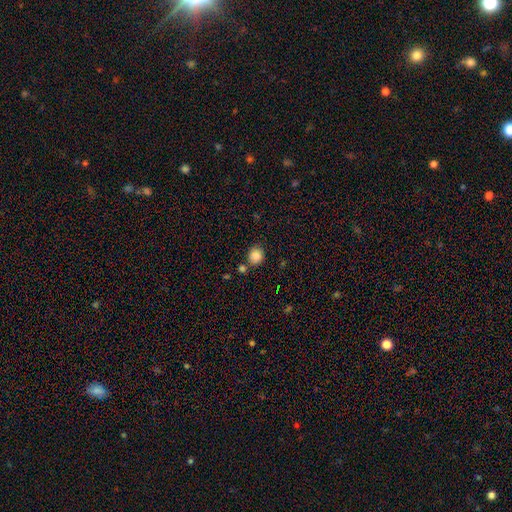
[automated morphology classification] Smooth or featured: smooth — 87% (star or artifact — 10%)
How rounded: round — 79% (in between — 20%)
Merging: none — 74% (merger — 12%)